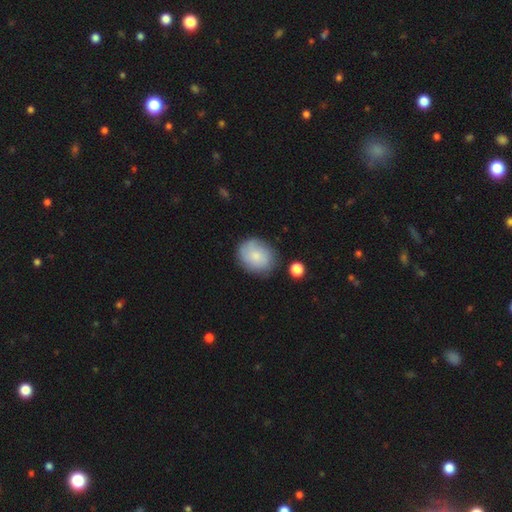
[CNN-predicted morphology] Overall: smooth (74%). How rounded: round (59%; in between 40%). Merging: none (74%).